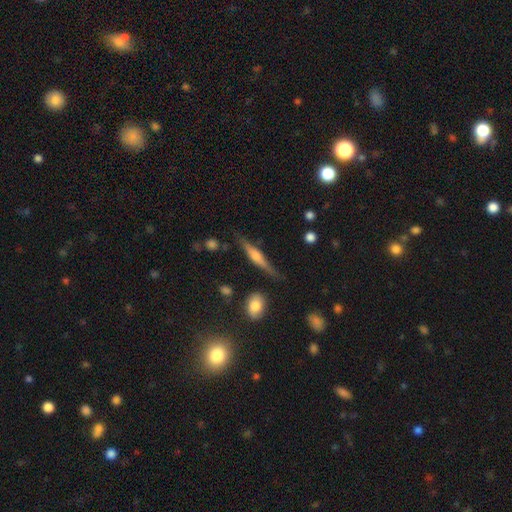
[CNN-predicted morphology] Smooth or featured: featured or disk — 66% (smooth — 27%)
Edge-on disk: yes — 96% (no — 4%)
Edge-on bulge: rounded — 78% (boxy — 14%)
Merging: none — 81% (minor disturbance — 13%)